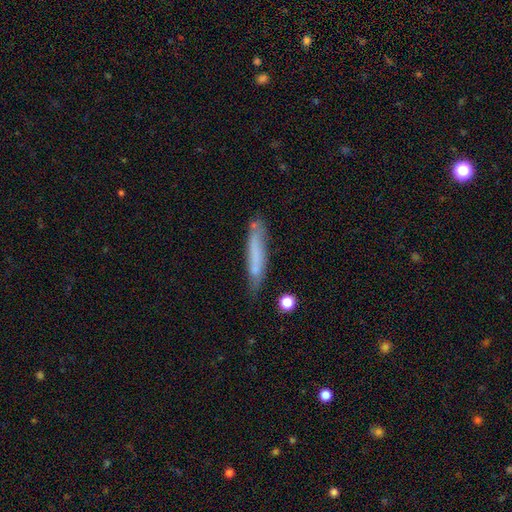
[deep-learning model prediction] smooth 60%, featured or disk 31%, star or artifact 8%. Down the decision tree: how rounded — cigar-shaped (90%); merging — none (66%).